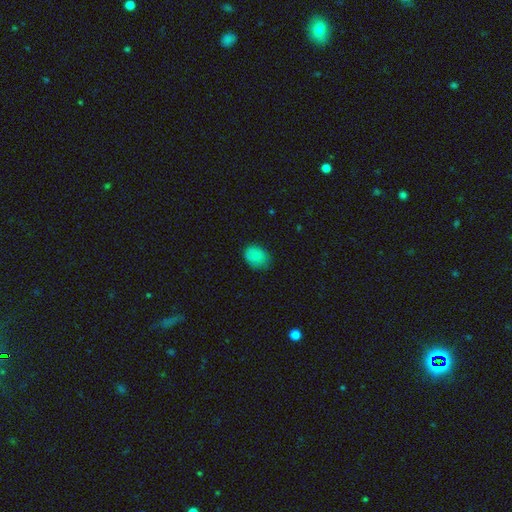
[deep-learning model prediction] A smooth galaxy with no disk features (84%) that is in between round and cigar-shaped (60%). Merging: none (74%).